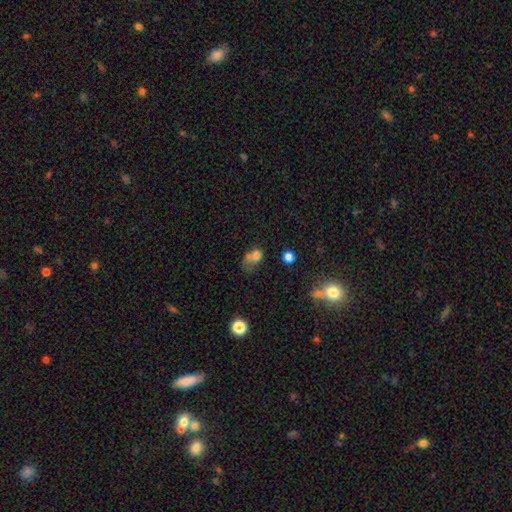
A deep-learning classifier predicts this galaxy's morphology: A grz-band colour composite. It shows a smooth galaxy with no disk features (67%) that is in between round and cigar-shaped (52%). Merging: merger (45%).